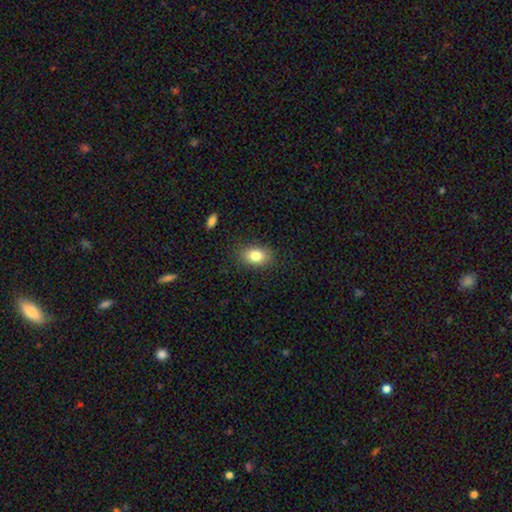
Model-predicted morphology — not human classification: type=smooth (82%); roundness=in between (81%); merging=none (85%).